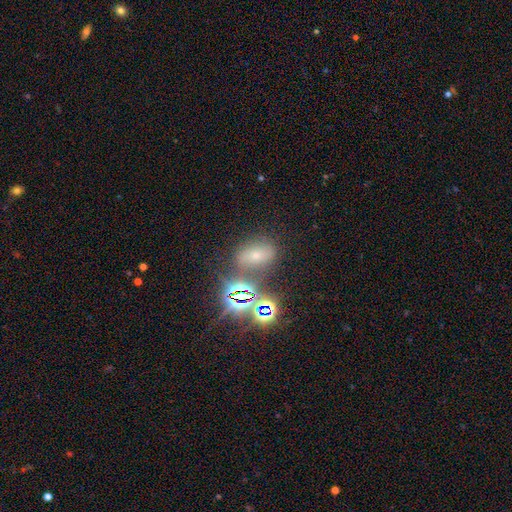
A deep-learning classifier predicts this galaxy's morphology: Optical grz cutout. It shows a smooth galaxy with no disk features (44%). Merging: none (70%).